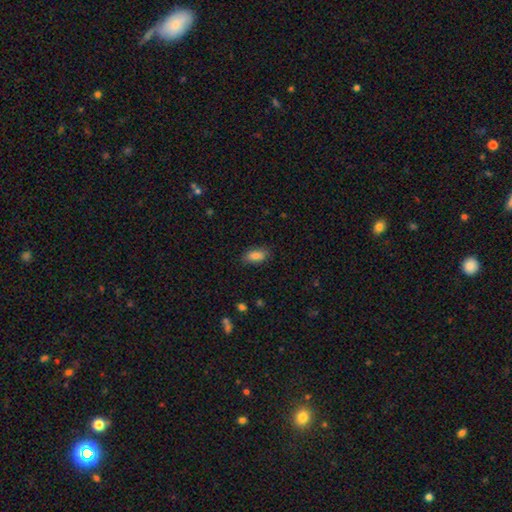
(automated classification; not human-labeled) Morphology: type=smooth (86%); roundness=in between (89%); merging=none (83%).